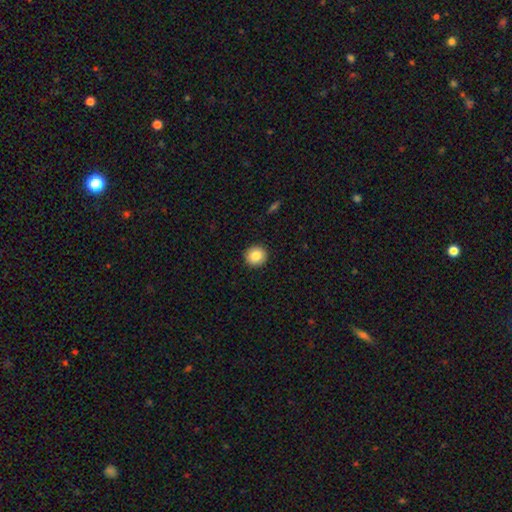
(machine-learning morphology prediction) smooth 85%, star or artifact 9%, featured or disk 6%. Down the decision tree: how rounded — round (93%); merging — none (93%).